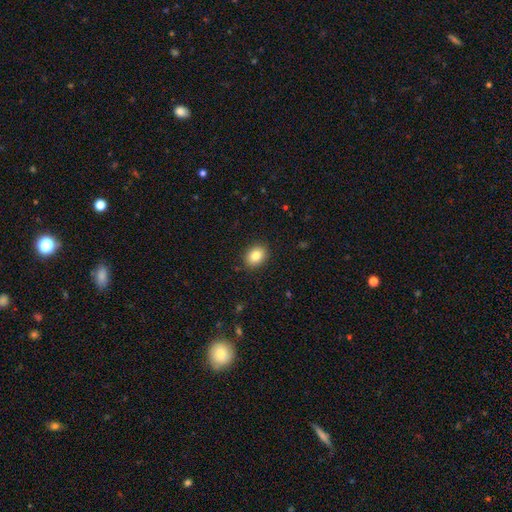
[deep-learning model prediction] Overall: smooth (84%). How rounded: in between (58%; round 41%). Merging: none (89%).